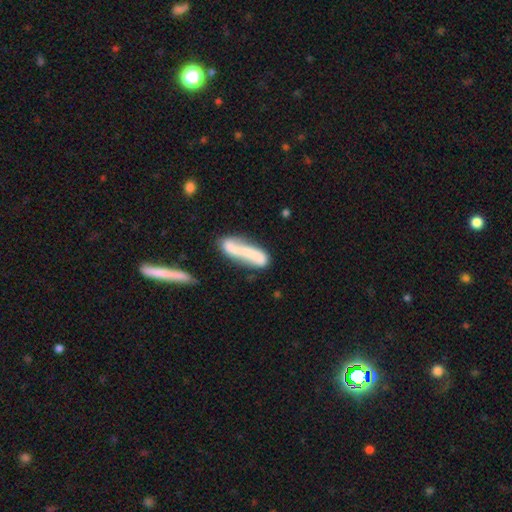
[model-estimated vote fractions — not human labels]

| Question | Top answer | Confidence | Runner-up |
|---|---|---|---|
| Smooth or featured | smooth | 52% | featured or disk (41%) |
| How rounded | cigar-shaped | 64% | in between (33%) |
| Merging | none | 41% | minor disturbance (25%) |